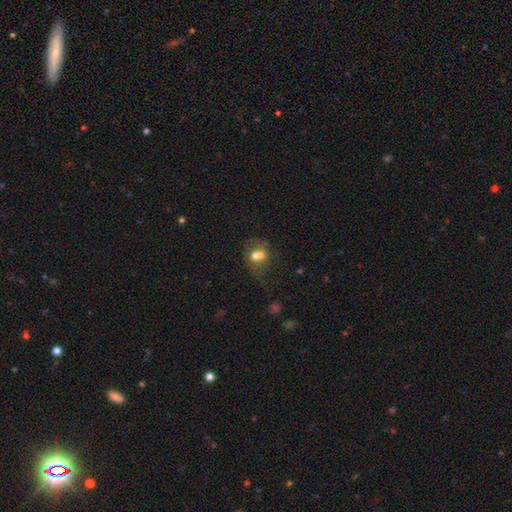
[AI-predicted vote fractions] Morphology: type=smooth (64%); roundness=round (53%); merging=none (36%).